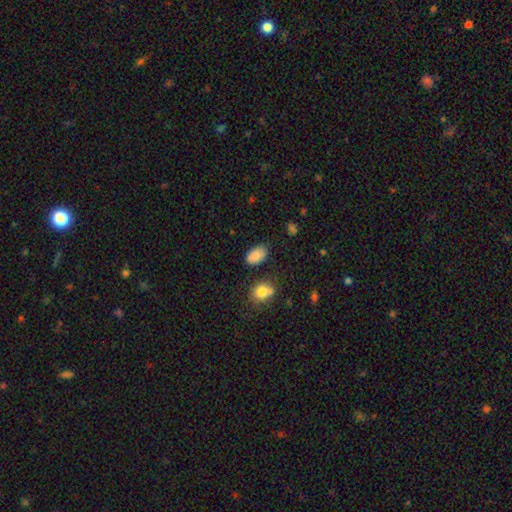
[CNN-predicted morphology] Q: Smooth or featured?
A: smooth (85%); runner-up: star or artifact (9%)
Q: How rounded?
A: in between (91%); runner-up: round (8%)
Q: Merging?
A: none (77%); runner-up: minor disturbance (16%)